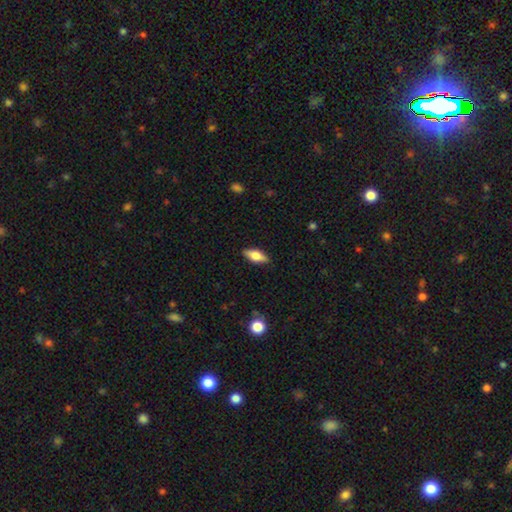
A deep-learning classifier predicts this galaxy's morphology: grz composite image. It shows a smooth galaxy with no disk features (60%) that is in between round and cigar-shaped (74%). Merging: none (87%).